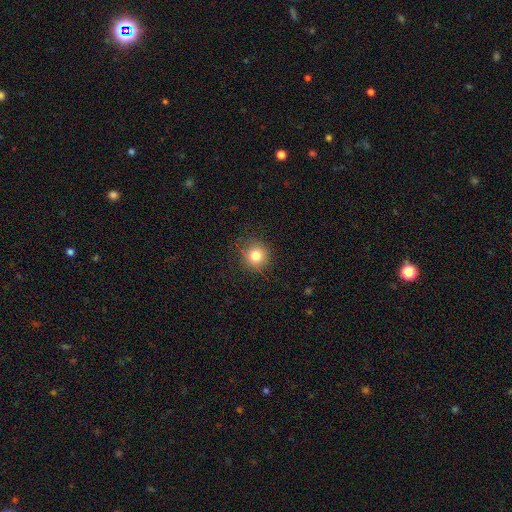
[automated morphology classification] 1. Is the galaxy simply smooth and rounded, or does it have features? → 82% smooth, 11% star or artifact, 7% featured or disk.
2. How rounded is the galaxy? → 92% round, 7% in between, 1% cigar-shaped.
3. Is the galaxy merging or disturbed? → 87% none, 9% minor disturbance, 3% major disturbance, 1% merger.